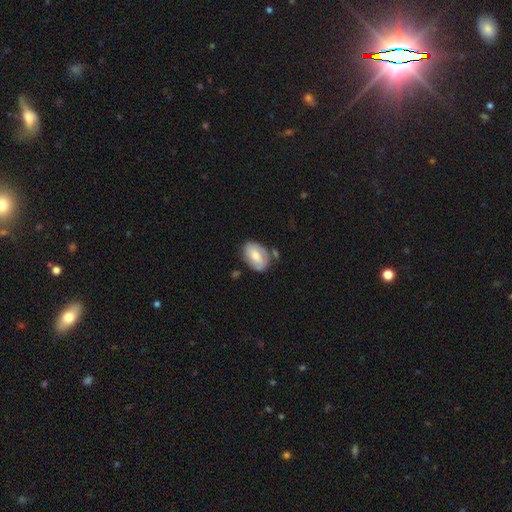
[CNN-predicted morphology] smooth 58%, featured or disk 36%, star or artifact 6%. Down the decision tree: how rounded — in between (86%); merging — none (62%).